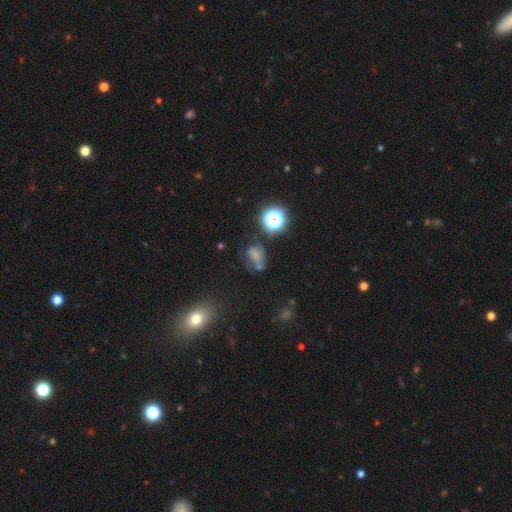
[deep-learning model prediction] smooth_or_featured: smooth (p=0.53) [alt: star or artifact p=0.29]
how_rounded: in between (p=0.60) [alt: round p=0.38]
merging: none (p=0.44) [alt: minor disturbance p=0.22]